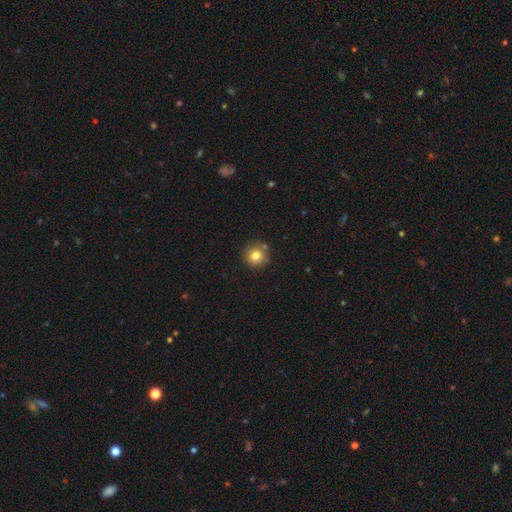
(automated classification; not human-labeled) This appears to be a smooth galaxy with no disk features (79%) that is round (94%). Merging: none (80%).